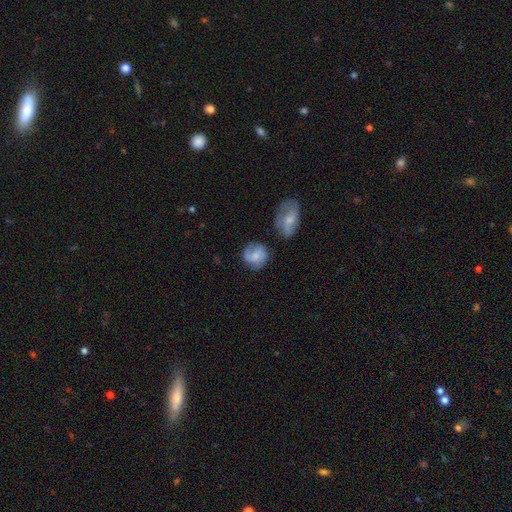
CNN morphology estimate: A smooth galaxy with no disk features (49%).

Vote fractions:
- Smooth or featured? smooth: 49% / featured or disk: 43% / star or artifact: 7%
- Merging? none: 64% / minor disturbance: 22% / major disturbance: 8% / merger: 7%